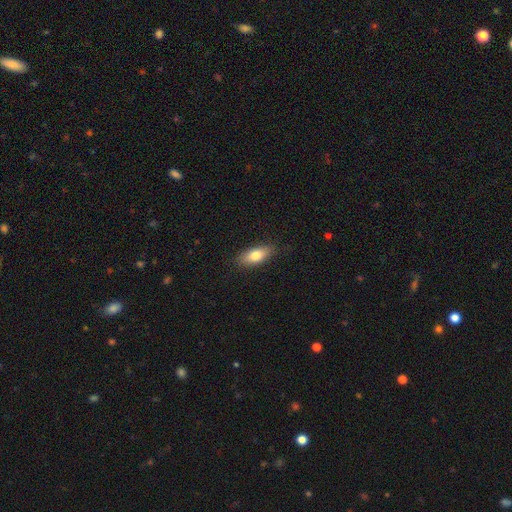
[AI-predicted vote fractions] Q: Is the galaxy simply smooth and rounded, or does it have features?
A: smooth — 77%.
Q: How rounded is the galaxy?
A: in between — 77%.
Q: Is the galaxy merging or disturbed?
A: none — 86%.